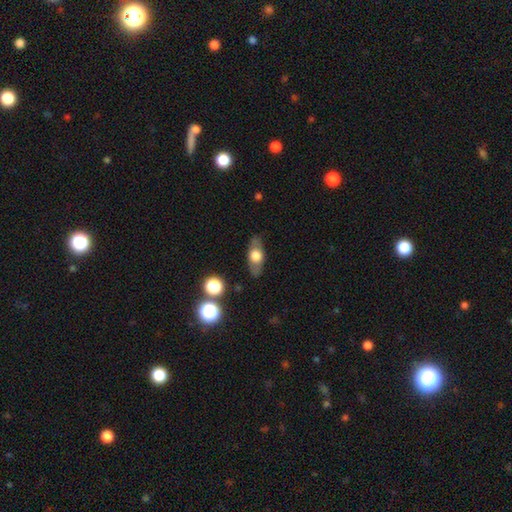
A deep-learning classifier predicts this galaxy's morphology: Smooth or featured? Predicted: smooth (p=0.54). How rounded? Predicted: in between (p=0.71). Merging? Predicted: none (p=0.81).